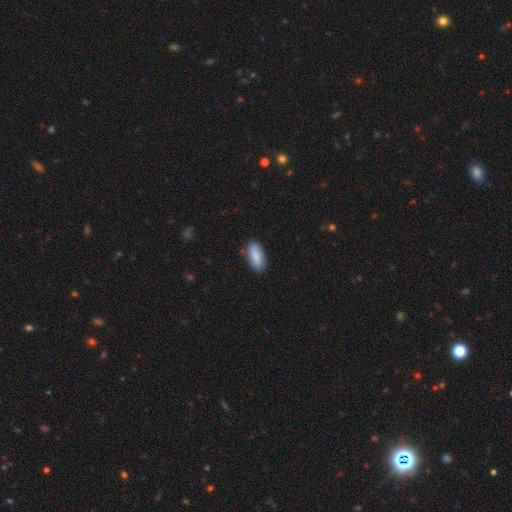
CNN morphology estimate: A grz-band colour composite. It shows a smooth galaxy with no disk features (88%) that is in between round and cigar-shaped (86%). Merging: none (83%).